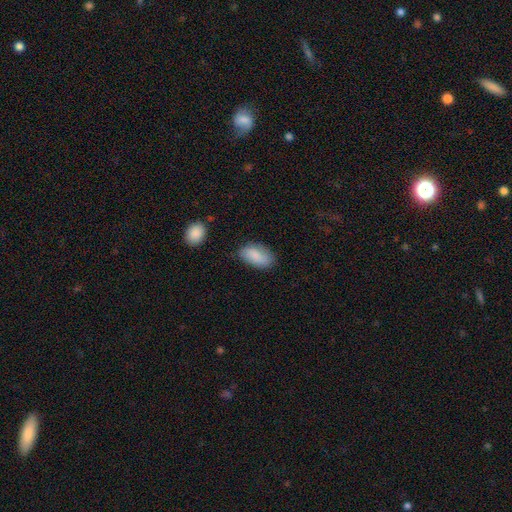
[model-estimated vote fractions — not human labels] smooth_or_featured: smooth (p=0.85) [alt: featured or disk p=0.09]
how_rounded: in between (p=0.93) [alt: round p=0.04]
merging: none (p=0.75) [alt: minor disturbance p=0.19]